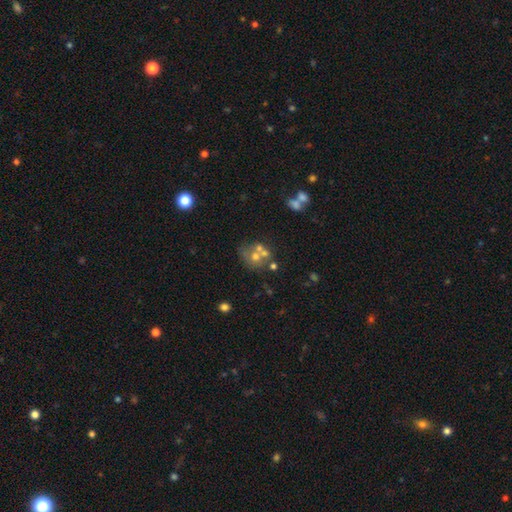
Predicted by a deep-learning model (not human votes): A smooth galaxy with no disk features (49%).

Vote fractions:
- Smooth or featured? smooth: 49% / featured or disk: 34% / star or artifact: 17%
- Merging? merger: 45% / none: 36% / minor disturbance: 11% / major disturbance: 8%